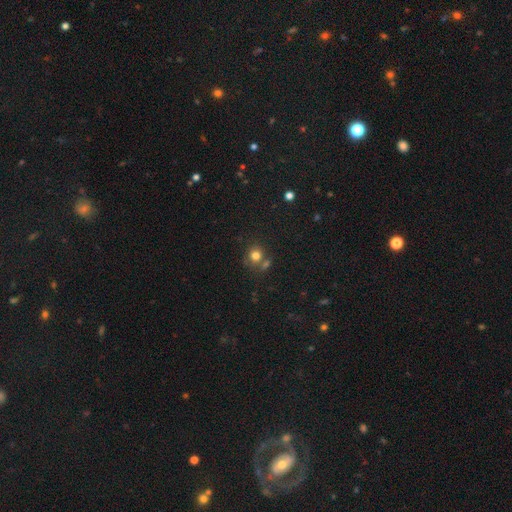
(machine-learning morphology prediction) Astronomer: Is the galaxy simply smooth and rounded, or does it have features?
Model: smooth — 78%.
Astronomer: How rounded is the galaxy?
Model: round — 85%.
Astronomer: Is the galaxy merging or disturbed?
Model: none — 61%.